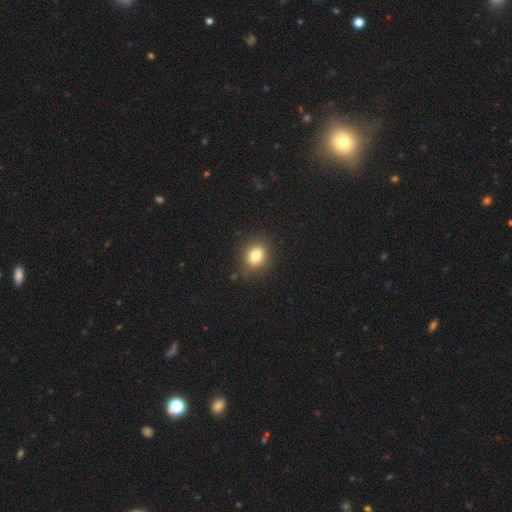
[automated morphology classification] Smooth or featured? smooth (82%)
How rounded? in between (54%)
Merging? none (84%)